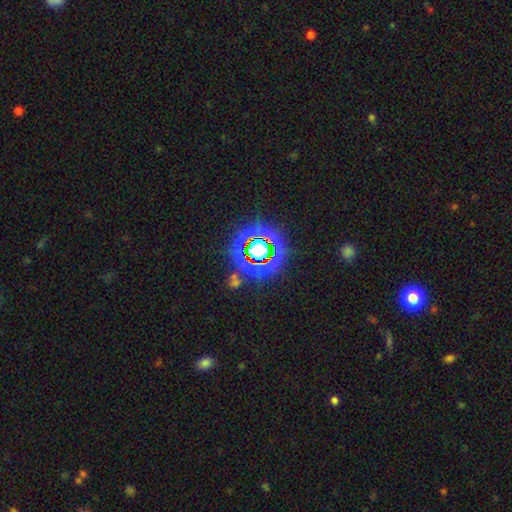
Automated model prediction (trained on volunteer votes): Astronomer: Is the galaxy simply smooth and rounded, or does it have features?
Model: star or artifact — 77%.